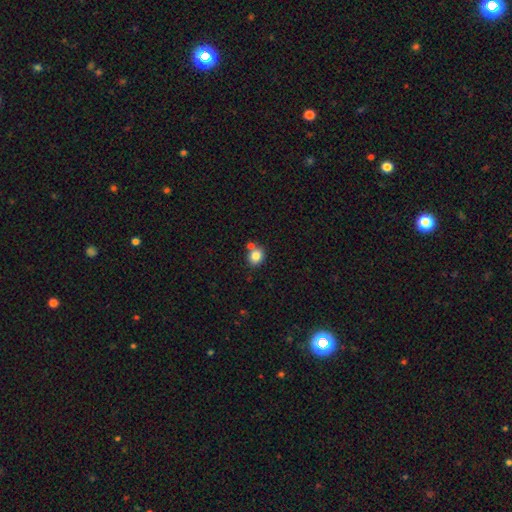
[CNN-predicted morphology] type=smooth (84%); roundness=round (63%); merging=none (64%).